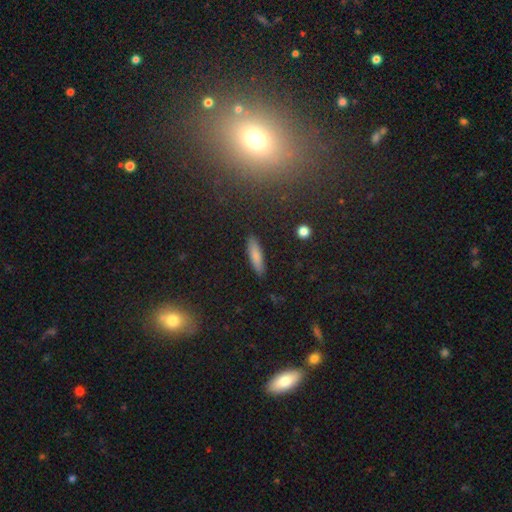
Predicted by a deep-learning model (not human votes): A smooth galaxy with no disk features (80%) that is cigar-shaped (69%). Merging: none (89%).